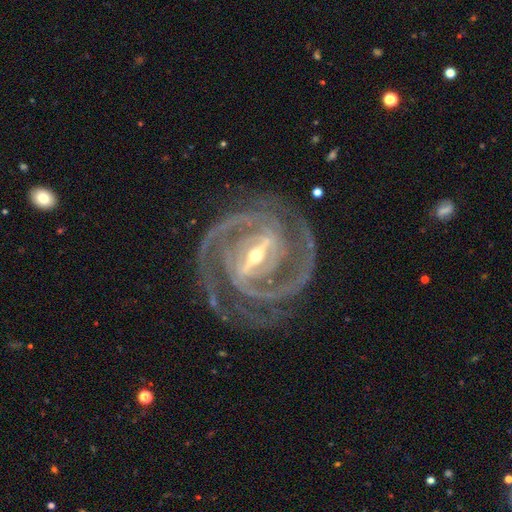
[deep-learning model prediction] Smooth or featured? Predicted: featured or disk (p=0.94). Edge-on disk? Predicted: no (p=0.96). Bar? Predicted: strong (p=0.79). Spiral arms? Predicted: yes (p=0.99). Spiral winding? Predicted: tight (p=0.69). Spiral arm count? Predicted: 2 (p=0.66). Bulge size? Predicted: small (p=0.57). Merging? Predicted: none (p=0.80).